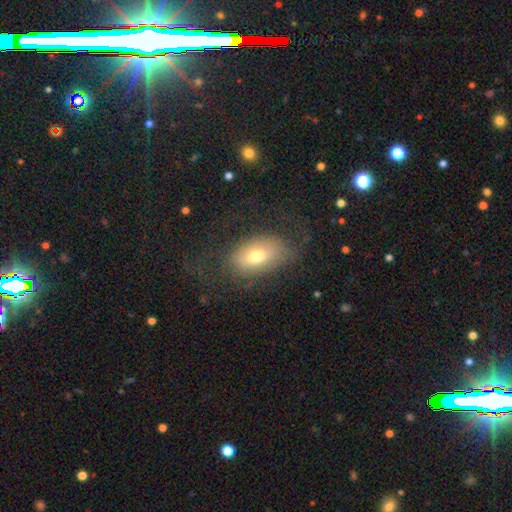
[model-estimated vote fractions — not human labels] This appears to be a smooth galaxy with no disk features (61%) that is in between round and cigar-shaped (89%). Merging: none (60%).